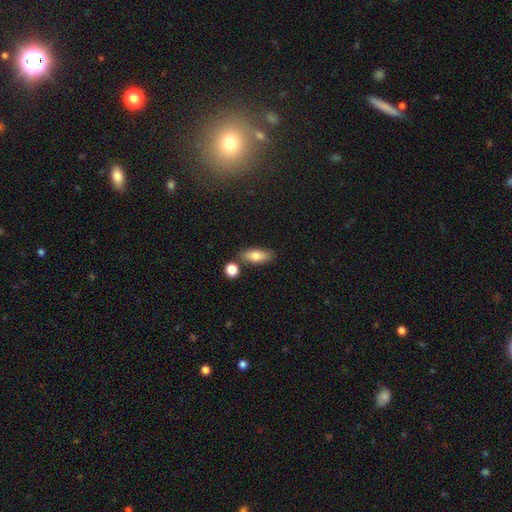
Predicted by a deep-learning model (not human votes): Smooth or featured? smooth (77%)
How rounded? in between (77%)
Merging? none (75%)